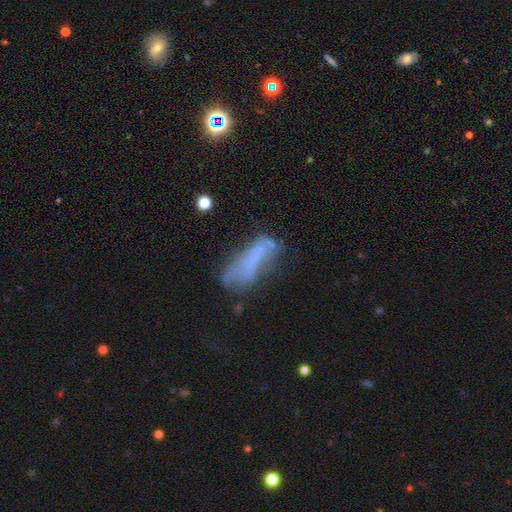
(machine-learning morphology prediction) smooth_or_featured: smooth (p=0.44) [alt: featured or disk p=0.40]
merging: none (p=0.41) [alt: minor disturbance p=0.27]